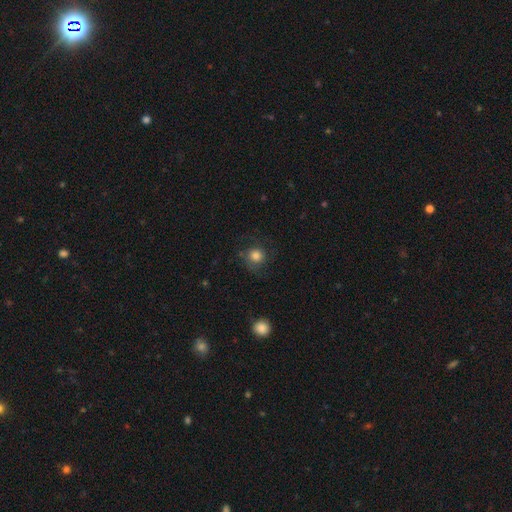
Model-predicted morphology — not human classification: Q: Smooth or featured?
A: smooth (72%); runner-up: featured or disk (18%)
Q: How rounded?
A: round (88%); runner-up: in between (11%)
Q: Merging?
A: none (68%); runner-up: minor disturbance (18%)